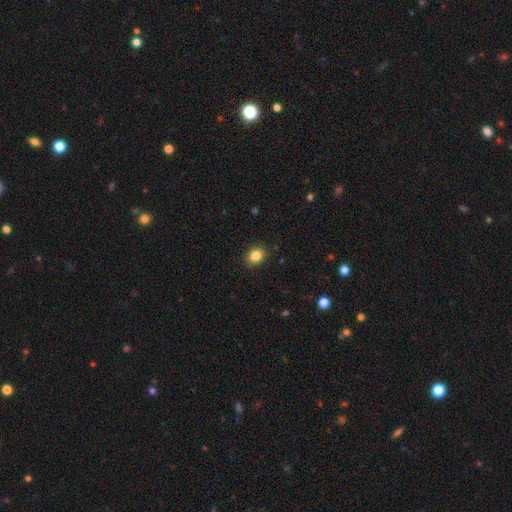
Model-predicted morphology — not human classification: Smooth or featured: smooth — 84% (star or artifact — 10%)
How rounded: in between — 51% (round — 48%)
Merging: none — 90% (minor disturbance — 7%)